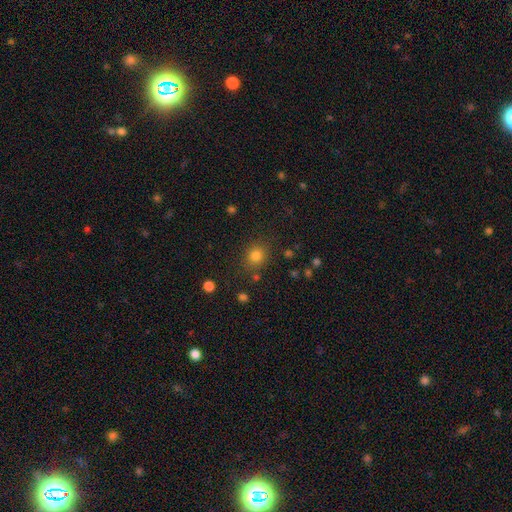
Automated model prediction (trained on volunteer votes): Overall: smooth (80%). How rounded: round (81%). Merging: none (83%).